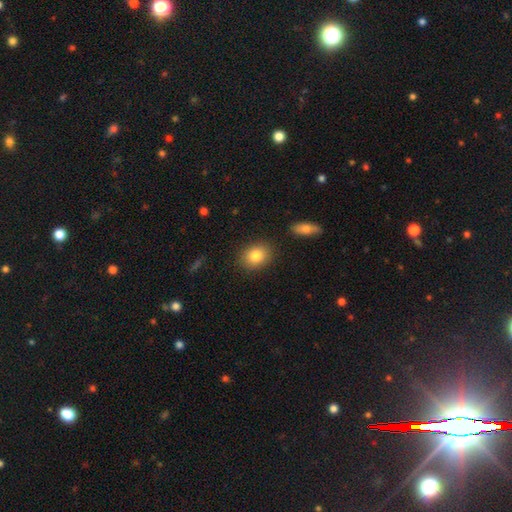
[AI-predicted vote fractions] This is clearly a smooth galaxy (84%). How rounded: possibly in between (53%). Merging: clearly none (86%).